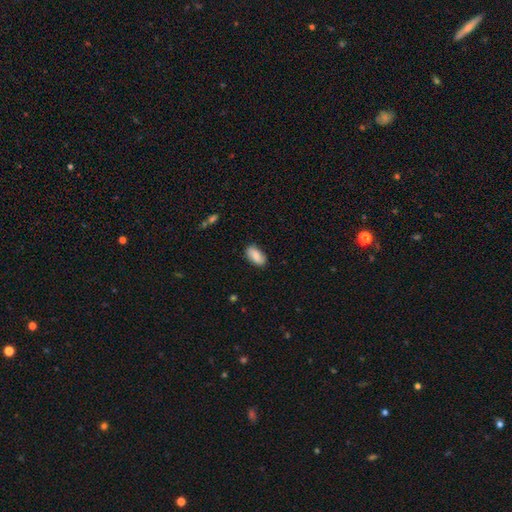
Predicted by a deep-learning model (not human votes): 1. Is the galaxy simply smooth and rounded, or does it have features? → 82% smooth, 11% featured or disk, 7% star or artifact.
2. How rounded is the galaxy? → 92% in between, 5% cigar-shaped, 3% round.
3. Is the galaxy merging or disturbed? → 82% none, 14% minor disturbance, 3% major disturbance, 1% merger.